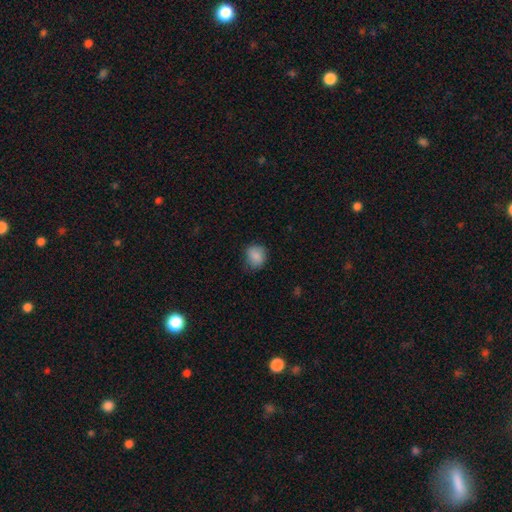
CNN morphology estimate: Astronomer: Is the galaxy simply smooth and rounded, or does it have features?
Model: smooth — 87%.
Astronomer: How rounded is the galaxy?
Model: round — 70%.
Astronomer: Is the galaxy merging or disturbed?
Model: none — 73%.